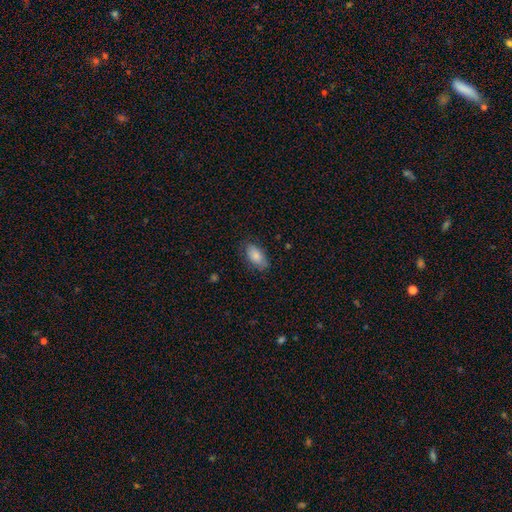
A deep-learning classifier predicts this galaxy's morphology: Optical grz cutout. It shows a smooth galaxy with no disk features (84%) that is in between round and cigar-shaped (92%). Merging: none (77%).